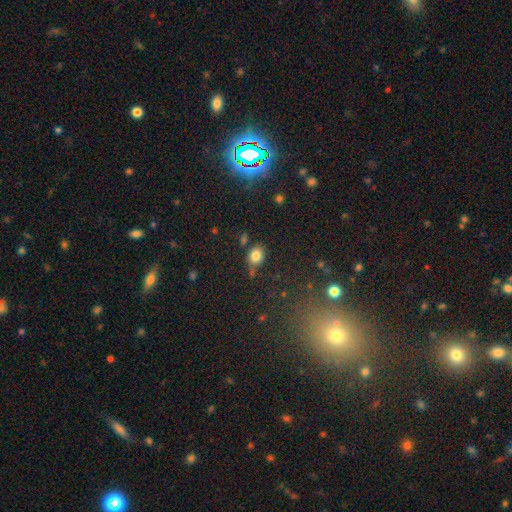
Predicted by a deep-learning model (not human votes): This is clearly a smooth galaxy (81%). How rounded: possibly round (52%). Merging: likely none (69%).